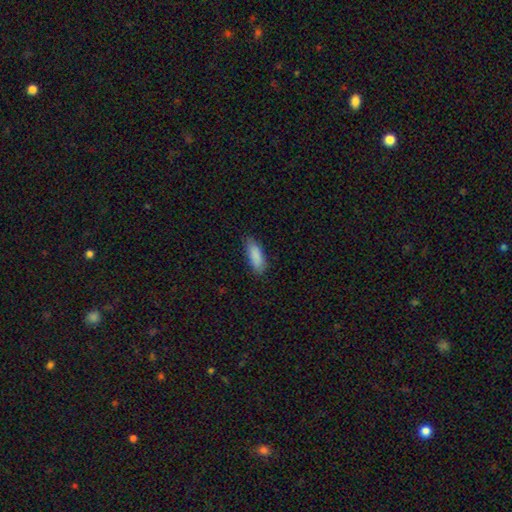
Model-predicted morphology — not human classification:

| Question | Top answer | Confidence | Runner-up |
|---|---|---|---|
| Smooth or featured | smooth | 88% | star or artifact (6%) |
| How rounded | in between | 61% | cigar-shaped (38%) |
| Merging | none | 78% | minor disturbance (17%) |